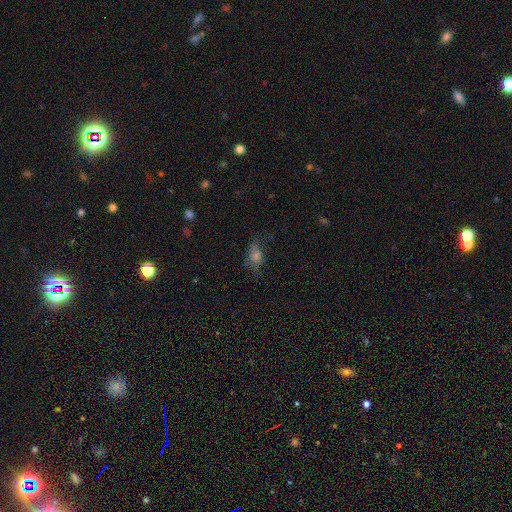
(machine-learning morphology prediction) A smooth galaxy with no disk features (51%) that is in between round and cigar-shaped (69%).

Vote fractions:
- Smooth or featured? smooth: 51% / featured or disk: 28% / star or artifact: 22%
- How rounded? in between: 69% / round: 18% / cigar-shaped: 13%
- Merging? none: 59% / minor disturbance: 23% / major disturbance: 15% / merger: 2%